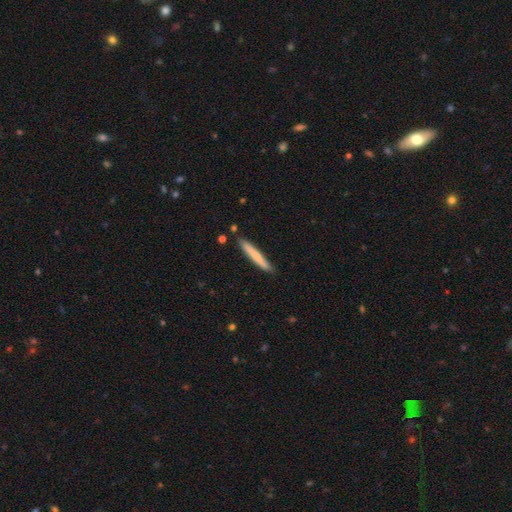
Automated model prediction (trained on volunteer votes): Morphology: type=smooth (71%); roundness=cigar-shaped (96%); merging=none (87%).